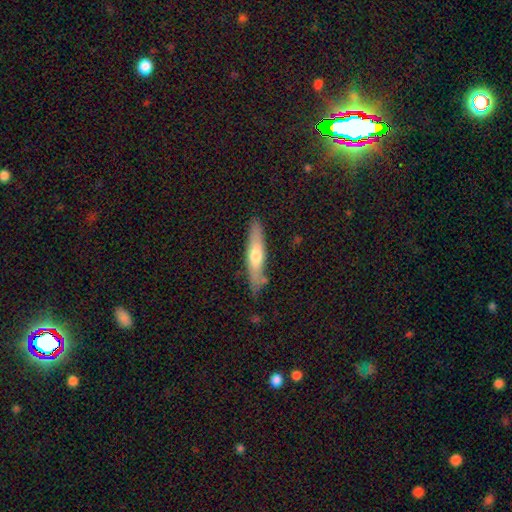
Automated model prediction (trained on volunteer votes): smooth 54%, featured or disk 40%, star or artifact 6%. Down the decision tree: how rounded — cigar-shaped (83%); merging — none (80%).